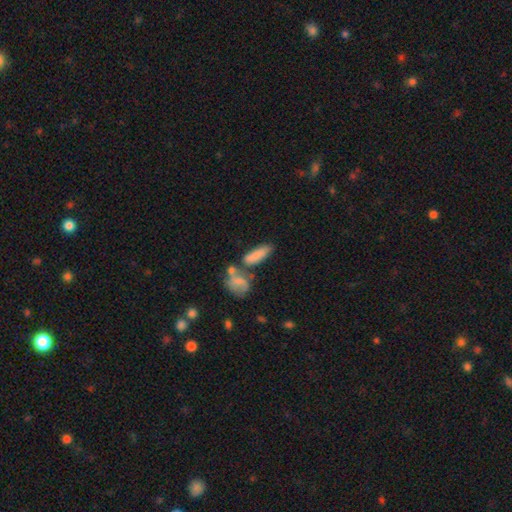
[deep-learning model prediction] Smooth or featured?
  - smooth: 77% *
  - featured or disk: 15%
  - star or artifact: 8%
How rounded?
  - in between: 55% *
  - cigar-shaped: 42%
  - round: 3%
Merging?
  - none: 43% *
  - merger: 34%
  - minor disturbance: 15%
  - major disturbance: 7%